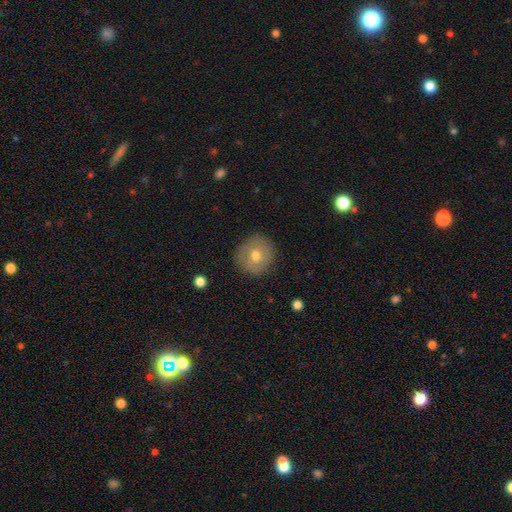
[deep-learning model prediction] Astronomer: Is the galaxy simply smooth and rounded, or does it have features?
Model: smooth — 61%.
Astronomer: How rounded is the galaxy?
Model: round — 92%.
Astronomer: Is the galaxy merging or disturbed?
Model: none — 85%.